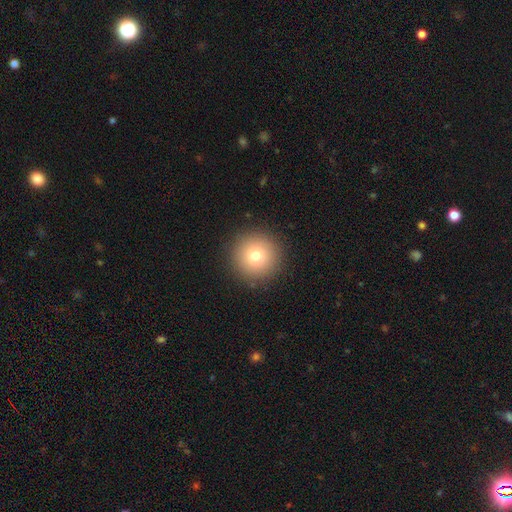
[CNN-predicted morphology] This is likely a smooth galaxy (77%). How rounded: clearly round (96%). Merging: clearly none (92%).